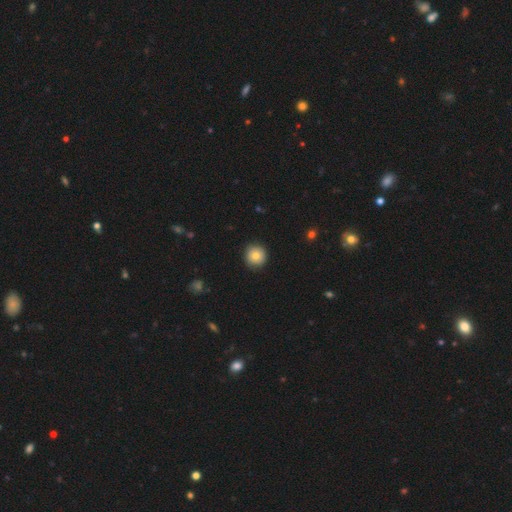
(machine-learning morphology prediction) This appears to be a smooth galaxy with no disk features (78%) that is round (95%). Merging: none (89%).